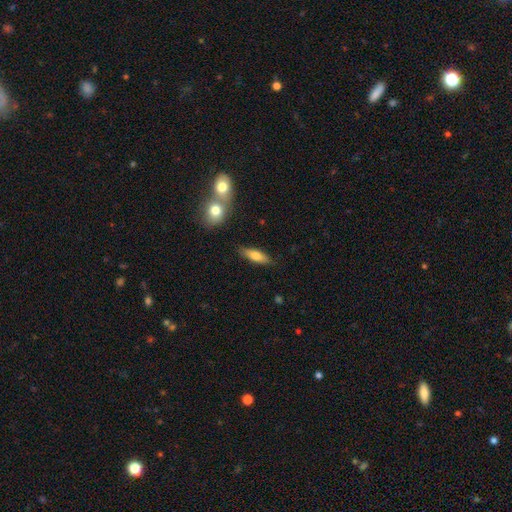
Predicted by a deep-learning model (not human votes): smooth 71%, featured or disk 22%, star or artifact 7%. Down the decision tree: how rounded — in between (52%); merging — none (81%).